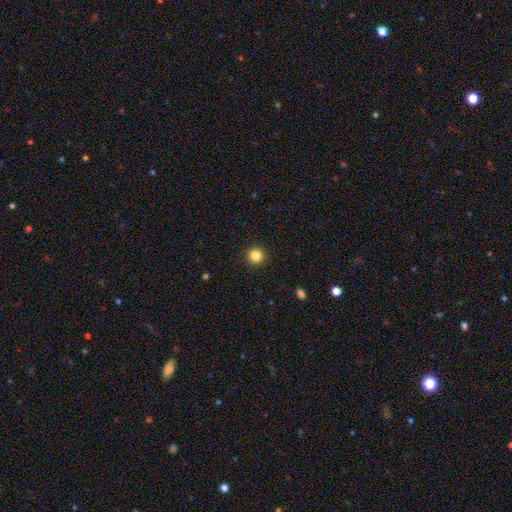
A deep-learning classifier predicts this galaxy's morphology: A smooth galaxy with no disk features (85%) that is round (95%). Merging: none (93%).